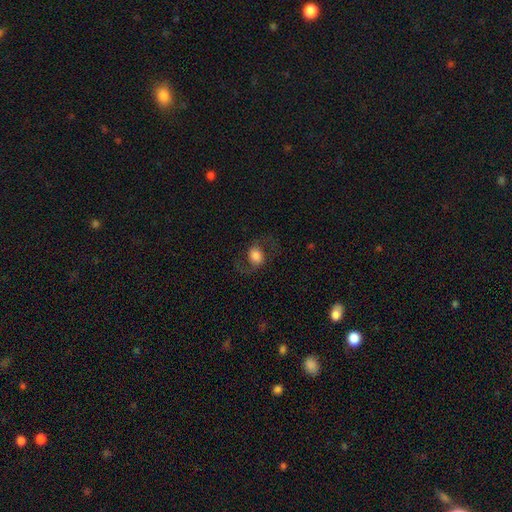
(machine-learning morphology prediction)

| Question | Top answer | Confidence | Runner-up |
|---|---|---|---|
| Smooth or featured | smooth | 52% | featured or disk (39%) |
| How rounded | round | 51% | in between (48%) |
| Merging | none | 68% | minor disturbance (15%) |